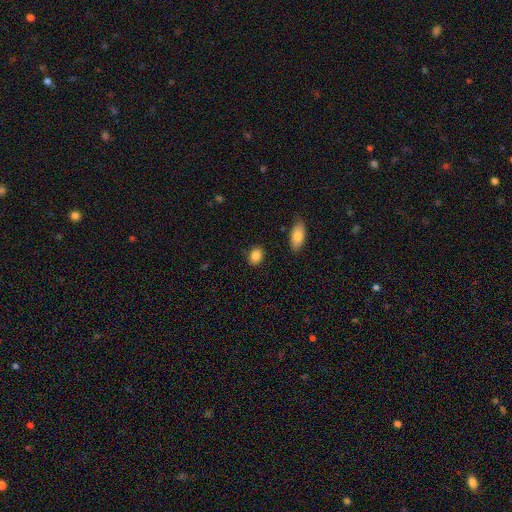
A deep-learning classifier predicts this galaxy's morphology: Smooth or featured?
  - smooth: 87% *
  - star or artifact: 8%
  - featured or disk: 5%
How rounded?
  - in between: 68% *
  - round: 30%
  - cigar-shaped: 2%
Merging?
  - none: 84% *
  - minor disturbance: 11%
  - major disturbance: 3%
  - merger: 2%